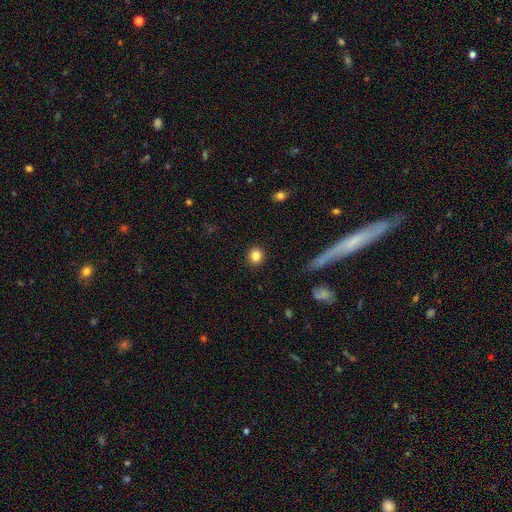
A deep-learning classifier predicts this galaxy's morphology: Smooth or featured?
  - smooth: 84% *
  - star or artifact: 10%
  - featured or disk: 5%
How rounded?
  - round: 88% *
  - in between: 11%
  - cigar-shaped: 1%
Merging?
  - none: 91% *
  - minor disturbance: 6%
  - major disturbance: 2%
  - merger: 1%